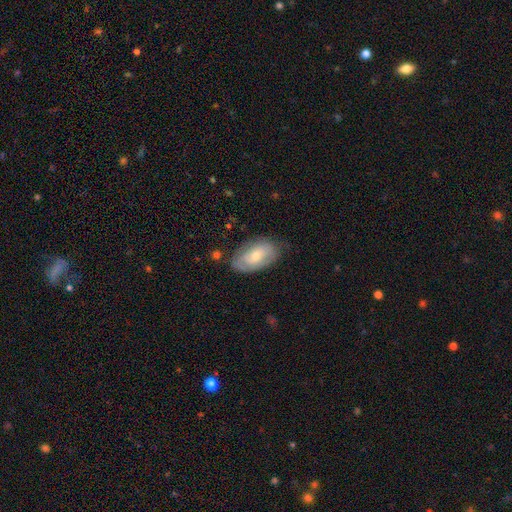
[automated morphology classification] Smooth or featured? featured or disk (47%, tied with smooth)
Merging? none (68%)